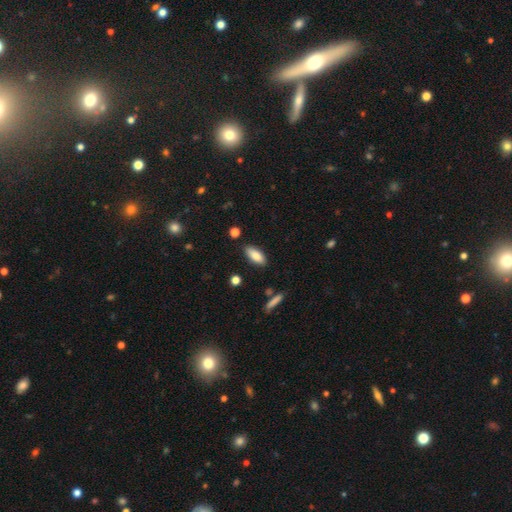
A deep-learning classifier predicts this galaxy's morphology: Smooth or featured? Predicted: smooth (p=0.84). How rounded? Predicted: in between (p=0.79). Merging? Predicted: none (p=0.84).